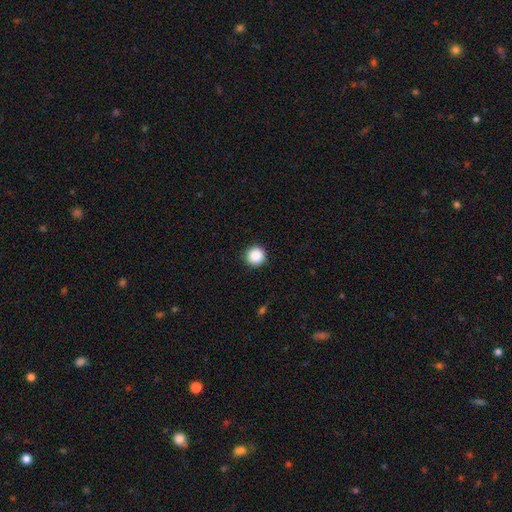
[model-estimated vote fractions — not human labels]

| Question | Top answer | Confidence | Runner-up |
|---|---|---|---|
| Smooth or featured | smooth | 88% | star or artifact (9%) |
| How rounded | round | 96% | in between (3%) |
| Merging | none | 92% | minor disturbance (5%) |